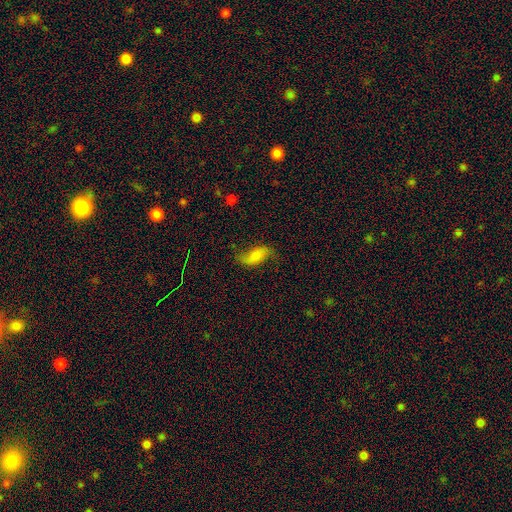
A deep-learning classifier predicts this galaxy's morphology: The model was most divided on "smooth or featured": smooth: 49%, featured or disk: 42%, star or artifact: 10%. More confident: merging — none (65%).